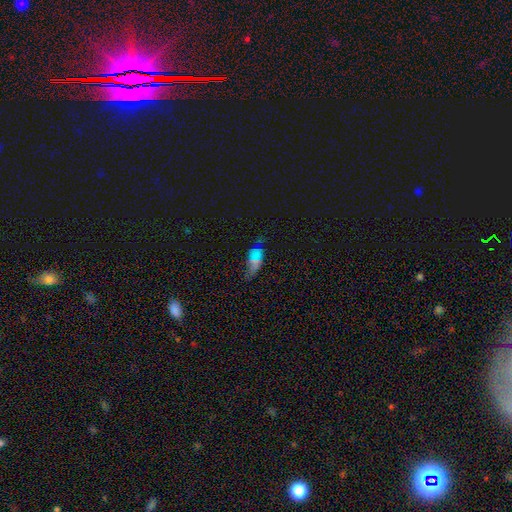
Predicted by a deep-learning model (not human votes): Smooth or featured?
  - smooth: 55% *
  - star or artifact: 27%
  - featured or disk: 18%
How rounded?
  - in between: 86% *
  - cigar-shaped: 9%
  - round: 5%
Merging?
  - none: 52% *
  - minor disturbance: 29%
  - major disturbance: 14%
  - merger: 5%